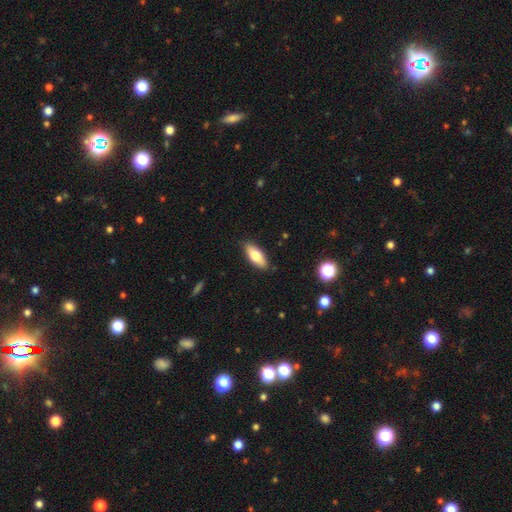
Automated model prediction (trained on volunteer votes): A smooth galaxy with no disk features (73%) that is in between round and cigar-shaped (78%).

Vote fractions:
- Smooth or featured? smooth: 73% / featured or disk: 20% / star or artifact: 7%
- How rounded? in between: 78% / cigar-shaped: 19% / round: 2%
- Merging? none: 87% / minor disturbance: 10% / major disturbance: 2% / merger: 1%